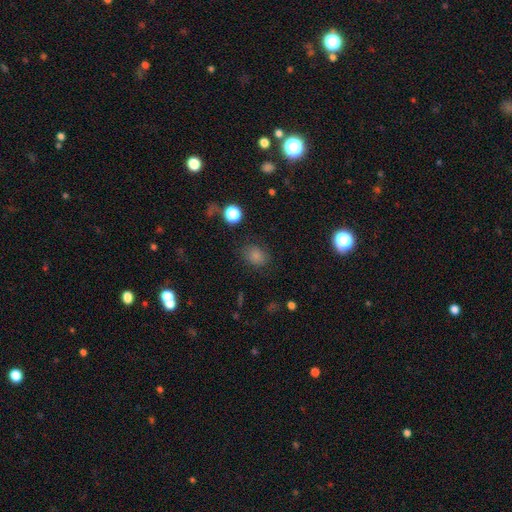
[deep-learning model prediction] Smooth or featured? smooth (79%)
How rounded? in between (54%)
Merging? none (77%)